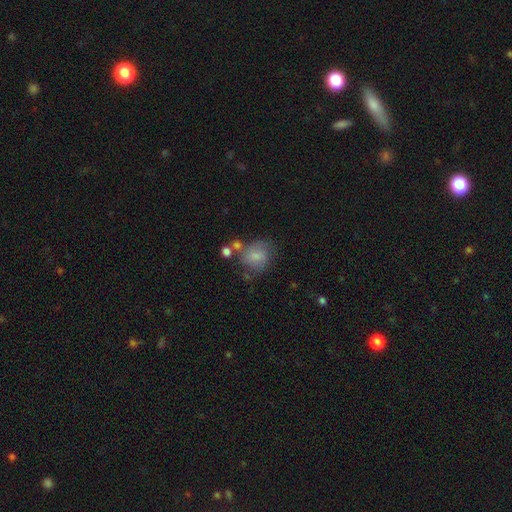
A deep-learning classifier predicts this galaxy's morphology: This appears to be a smooth galaxy with no disk features (75%) that is round (66%). Merging: none (52%).